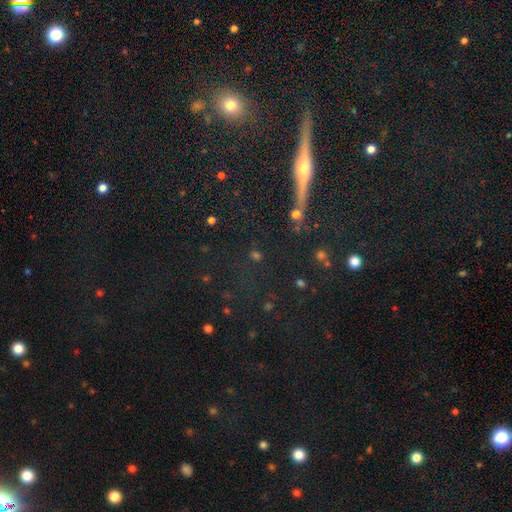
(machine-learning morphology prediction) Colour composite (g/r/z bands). It shows a star or artifact, not a galaxy (47%).